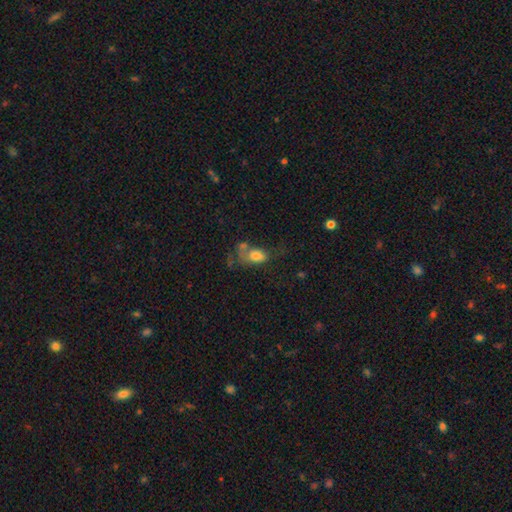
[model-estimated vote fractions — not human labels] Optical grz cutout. It shows a smooth galaxy with no disk features (72%) that is in between round and cigar-shaped (83%). Merging: none (27%, tied with merger).